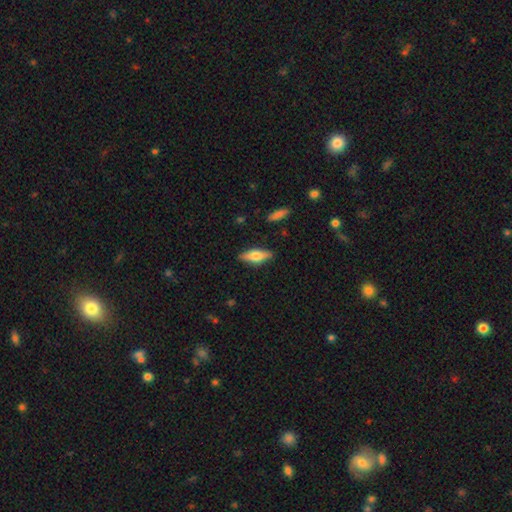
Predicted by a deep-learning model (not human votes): A smooth galaxy with no disk features (55%) that is in between round and cigar-shaped (58%). Merging: none (86%).